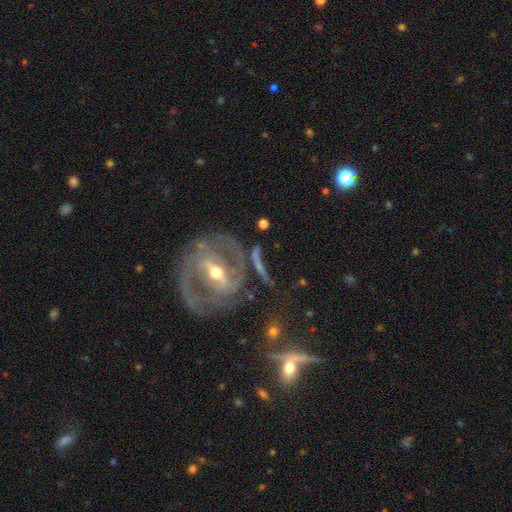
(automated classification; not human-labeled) Smooth or featured? Predicted: featured or disk (p=0.85). Edge-on disk? Predicted: no (p=0.93). Bar? Predicted: strong (p=0.60). Spiral arms? Predicted: yes (p=0.88). Spiral winding? Predicted: tight (p=0.45). Spiral arm count? Predicted: 2 (p=0.64). Bulge size? Predicted: moderate (p=0.54). Merging? Predicted: none (p=0.65).